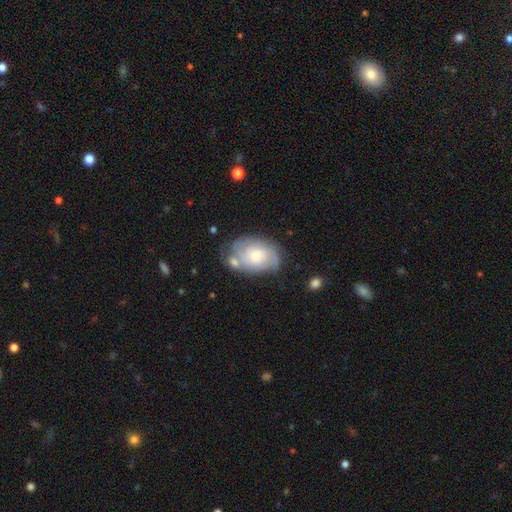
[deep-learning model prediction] featured or disk 66%, smooth 27%, star or artifact 6%. Down the decision tree: edge-on disk — no (96%); bar — no (75%); spiral arms — yes (86%); spiral arm count — can't tell (40%); spiral winding — tight (57%); bulge size — small (45%, tied with moderate); merging — none (55%).